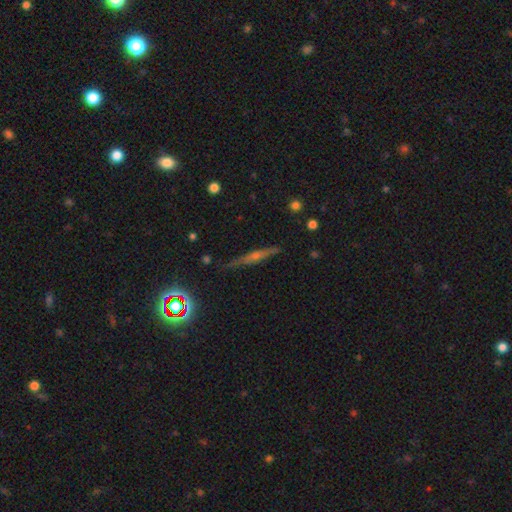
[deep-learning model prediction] Smooth or featured? Predicted: featured or disk (p=0.58). Edge-on disk? Predicted: yes (p=0.95). Edge-on bulge? Predicted: rounded (p=0.66). Merging? Predicted: none (p=0.83).